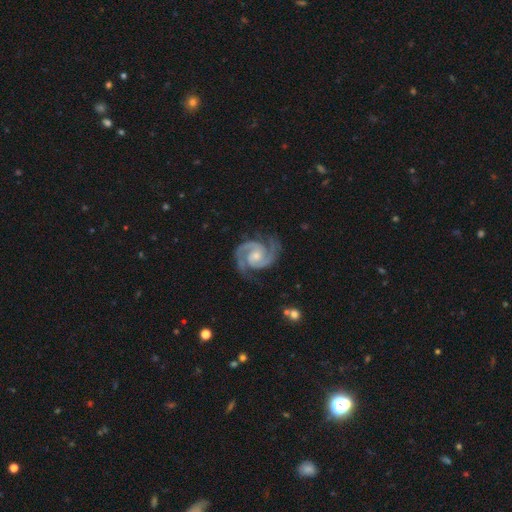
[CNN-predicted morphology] type=featured or disk (94%); edge-on=no (98%); bar=no (62%); spiral arms=yes (99%); winding=medium (49%); arm count=2 (91%); bulge=small (49%); merging=none (79%).